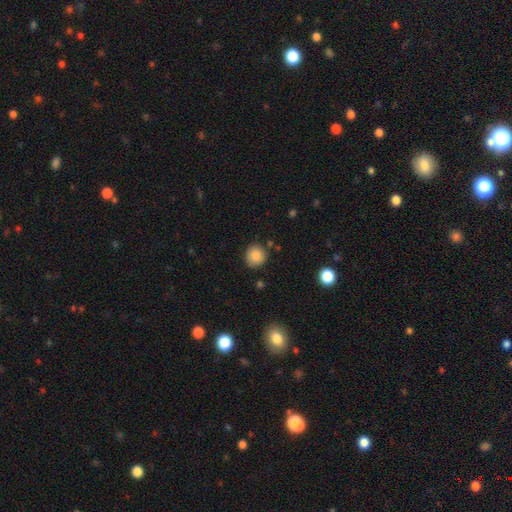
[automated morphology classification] A smooth galaxy with no disk features (86%) that is round (90%).

Vote fractions:
- Smooth or featured? smooth: 86% / star or artifact: 9% / featured or disk: 5%
- How rounded? round: 90% / in between: 9% / cigar-shaped: 1%
- Merging? none: 86% / minor disturbance: 10% / merger: 2% / major disturbance: 2%